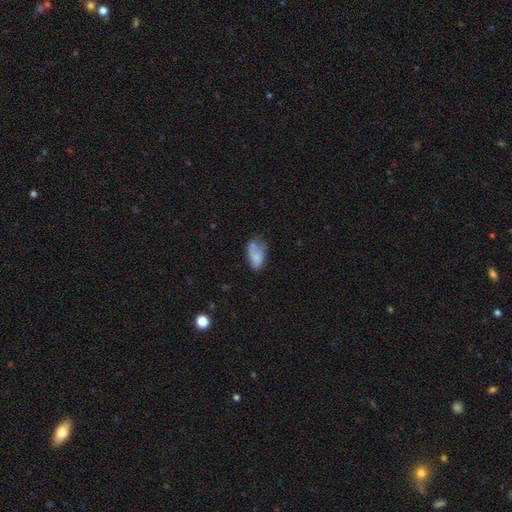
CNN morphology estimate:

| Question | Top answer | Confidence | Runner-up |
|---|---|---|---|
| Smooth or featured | smooth | 65% | featured or disk (26%) |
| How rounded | in between | 91% | round (6%) |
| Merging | none | 38% | minor disturbance (30%) |